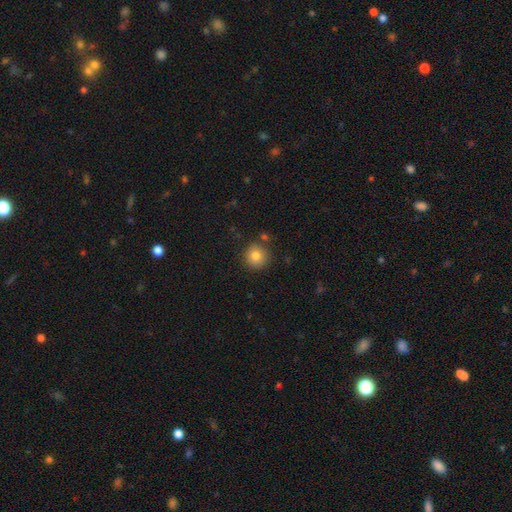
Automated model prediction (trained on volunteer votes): This appears to be a smooth galaxy with no disk features (82%) that is round (92%). Merging: none (84%).